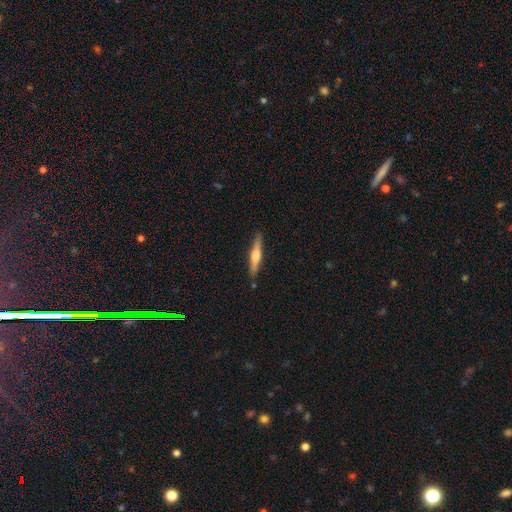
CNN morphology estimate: Q: Smooth or featured?
A: featured or disk (61%); runner-up: smooth (34%)
Q: Edge-on disk?
A: yes (97%); runner-up: no (3%)
Q: Edge-on bulge?
A: rounded (87%); runner-up: boxy (8%)
Q: Merging?
A: none (88%); runner-up: minor disturbance (8%)